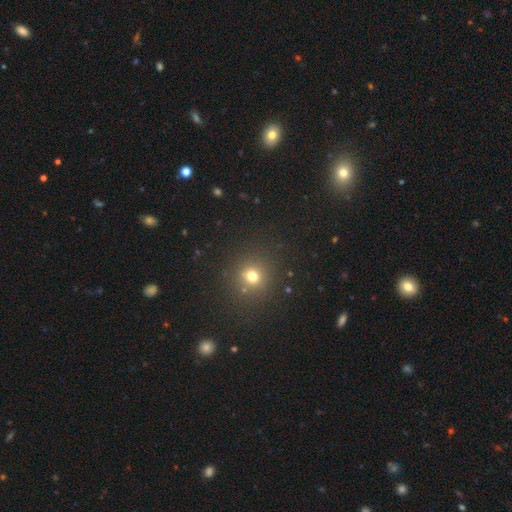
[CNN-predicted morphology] A smooth galaxy with no disk features (59%) that is round (92%).

Vote fractions:
- Smooth or featured? smooth: 59% / star or artifact: 33% / featured or disk: 7%
- How rounded? round: 92% / in between: 7% / cigar-shaped: 1%
- Merging? none: 89% / minor disturbance: 6% / merger: 3% / major disturbance: 3%